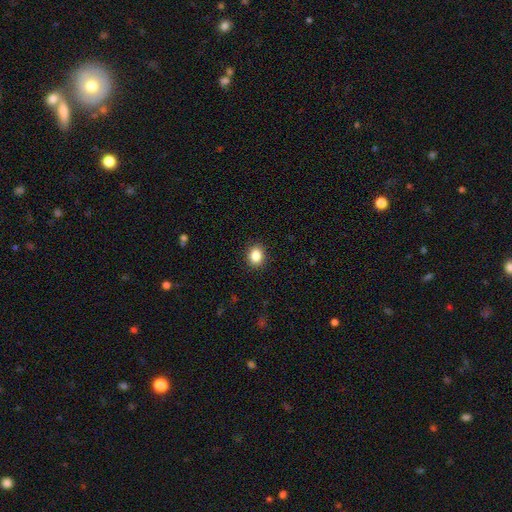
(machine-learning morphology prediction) Smooth or featured?
  - smooth: 86% *
  - star or artifact: 10%
  - featured or disk: 5%
How rounded?
  - round: 57% *
  - in between: 42%
  - cigar-shaped: 1%
Merging?
  - none: 90% *
  - minor disturbance: 7%
  - major disturbance: 2%
  - merger: 1%